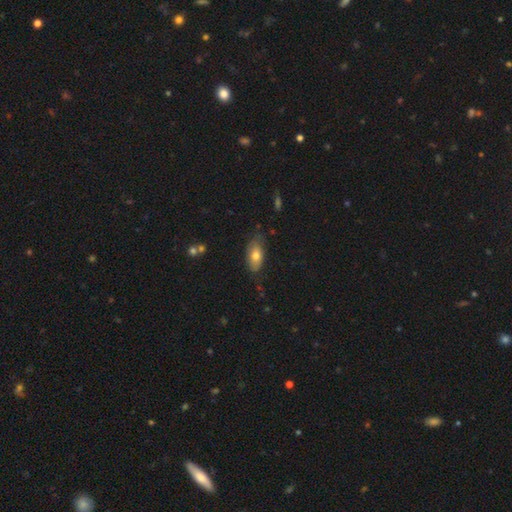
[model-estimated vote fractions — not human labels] Smooth or featured? Predicted: smooth (p=0.70). How rounded? Predicted: in between (p=0.90). Merging? Predicted: none (p=0.65).